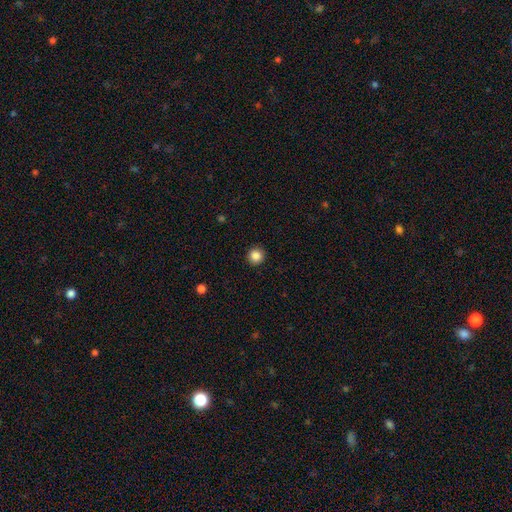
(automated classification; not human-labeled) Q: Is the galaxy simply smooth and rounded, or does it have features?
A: smooth — 86%.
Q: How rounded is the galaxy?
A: round — 95%.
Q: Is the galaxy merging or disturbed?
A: none — 93%.